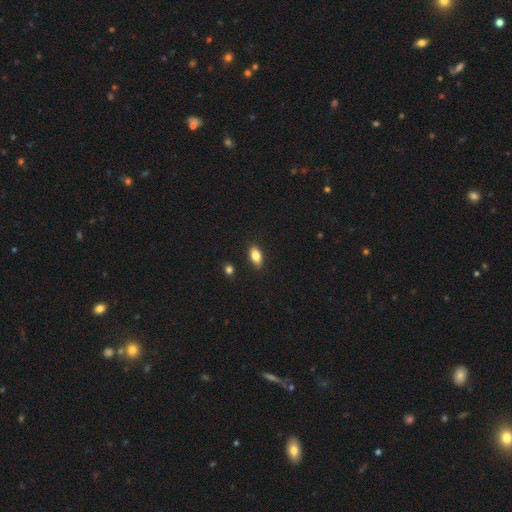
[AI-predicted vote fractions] Smooth or featured? smooth (82%)
How rounded? in between (89%)
Merging? none (87%)